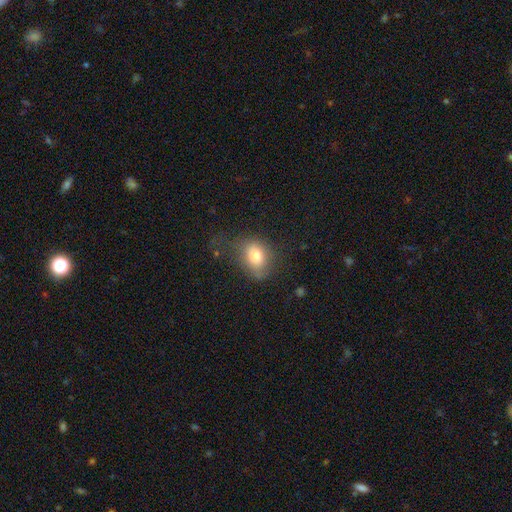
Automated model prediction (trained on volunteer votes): Morphology: type=smooth (78%); roundness=in between (64%); merging=none (47%).